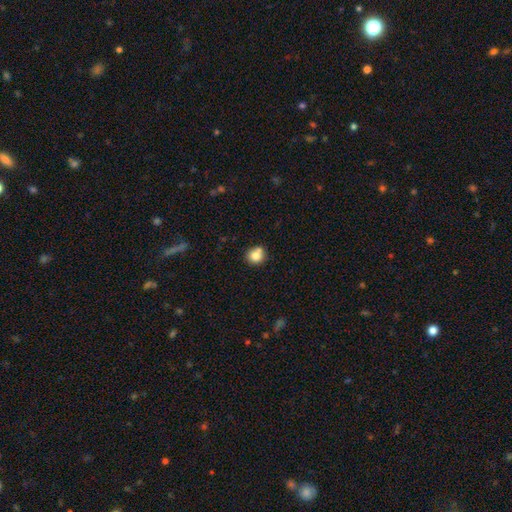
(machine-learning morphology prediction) Smooth or featured?
  - smooth: 80% *
  - star or artifact: 10%
  - featured or disk: 10%
How rounded?
  - round: 84% *
  - in between: 15%
  - cigar-shaped: 1%
Merging?
  - none: 64% *
  - merger: 20%
  - minor disturbance: 13%
  - major disturbance: 3%